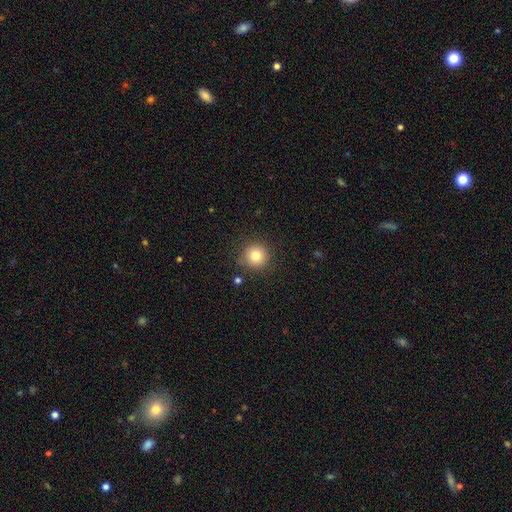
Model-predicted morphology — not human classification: smooth-or-featured: smooth: 80% | star or artifact: 12% | featured or disk: 8%
  how-rounded: round: 94% | in between: 5% | cigar-shaped: 1%
  merging: none: 87% | minor disturbance: 9% | major disturbance: 3% | merger: 2%